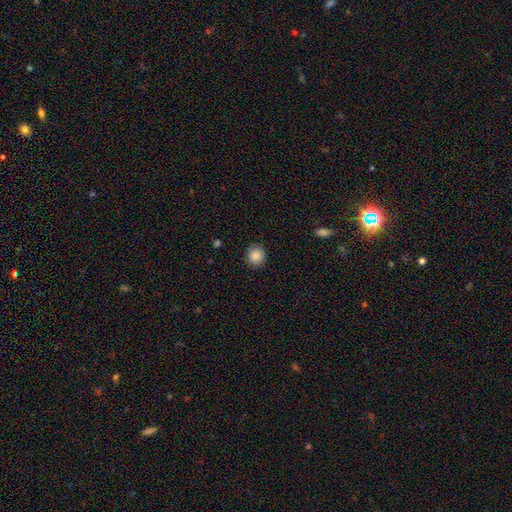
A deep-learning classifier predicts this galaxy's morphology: This appears to be a smooth galaxy with no disk features (87%) that is round (86%). Merging: none (89%).